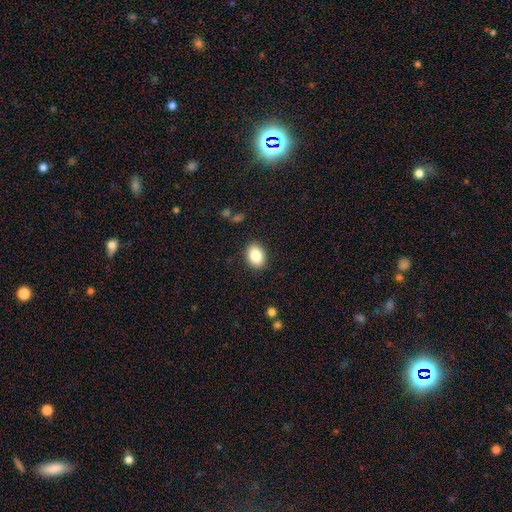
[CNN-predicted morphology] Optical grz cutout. It shows a smooth galaxy with no disk features (85%) that is in between round and cigar-shaped (70%). Merging: none (89%).